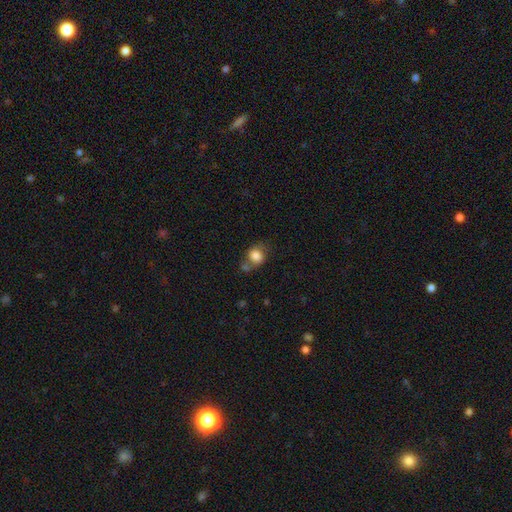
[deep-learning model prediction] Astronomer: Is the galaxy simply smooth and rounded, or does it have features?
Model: smooth — 81%.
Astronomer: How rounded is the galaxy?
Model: round — 63%.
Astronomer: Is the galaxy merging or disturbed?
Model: none — 47% (runner-up: merger, 23%).